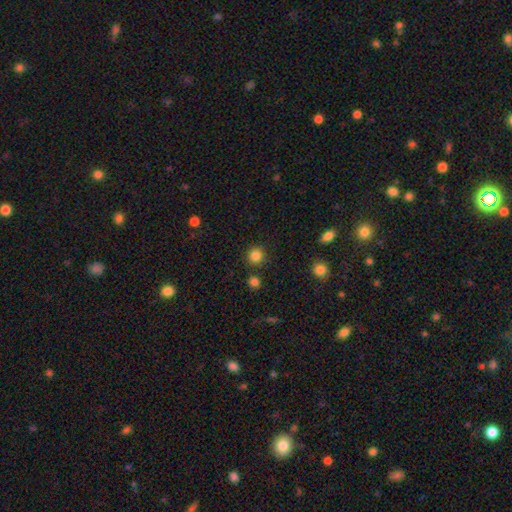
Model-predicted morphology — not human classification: Q: Smooth or featured?
A: smooth (84%); runner-up: star or artifact (12%)
Q: How rounded?
A: round (93%); runner-up: in between (6%)
Q: Merging?
A: none (87%); runner-up: minor disturbance (6%)